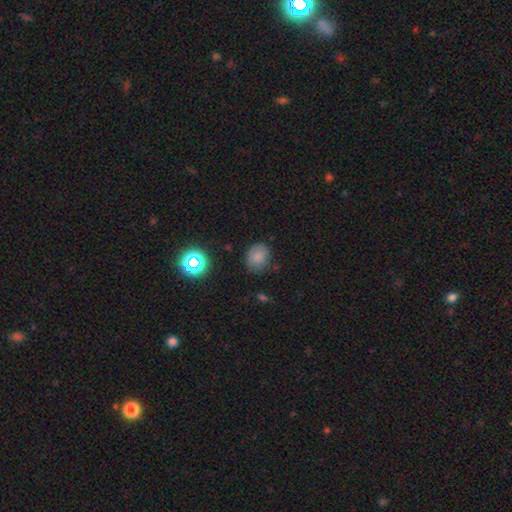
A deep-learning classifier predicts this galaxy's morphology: This is likely a smooth galaxy (78%). How rounded: likely round (62%). Merging: likely none (77%).